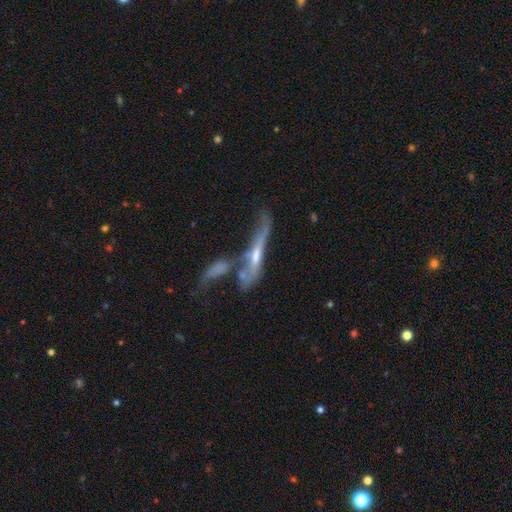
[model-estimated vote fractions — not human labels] A featured or disk galaxy (63%) viewed edge-on (69%).

Vote fractions:
- Smooth or featured? featured or disk: 63% / smooth: 29% / star or artifact: 8%
- Edge-on disk? yes: 69% / no: 31%
- Merging? merger: 48% / none: 21% / major disturbance: 18% / minor disturbance: 13%